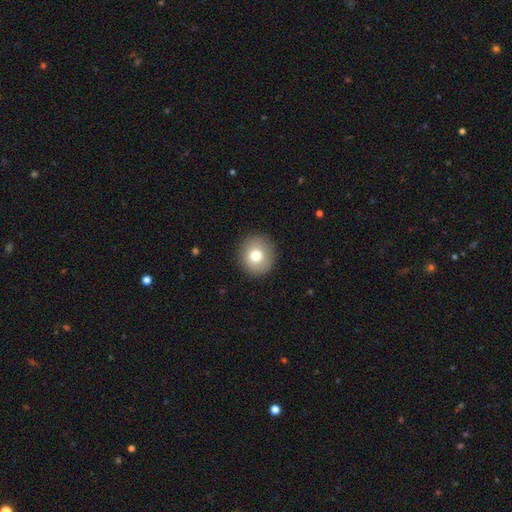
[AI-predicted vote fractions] Smooth or featured?
  - smooth: 76% *
  - featured or disk: 14%
  - star or artifact: 9%
How rounded?
  - round: 88% *
  - in between: 11%
  - cigar-shaped: 1%
Merging?
  - none: 90% *
  - minor disturbance: 7%
  - major disturbance: 2%
  - merger: 1%